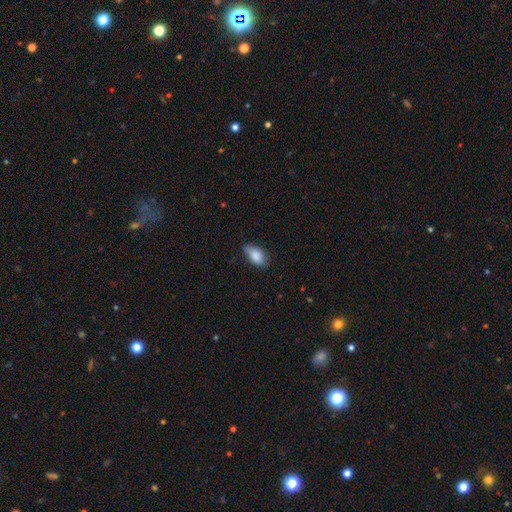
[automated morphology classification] A smooth galaxy with no disk features (86%) that is in between round and cigar-shaped (92%).

Vote fractions:
- Smooth or featured? smooth: 86% / star or artifact: 7% / featured or disk: 7%
- How rounded? in between: 92% / round: 5% / cigar-shaped: 3%
- Merging? none: 65% / minor disturbance: 30% / major disturbance: 4% / merger: 1%